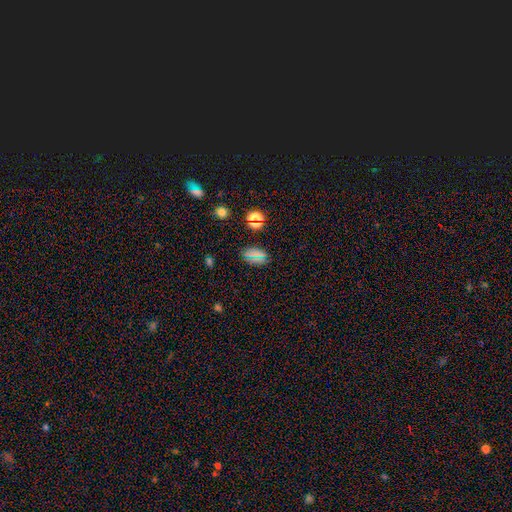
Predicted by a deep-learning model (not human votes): smooth 65%, star or artifact 28%, featured or disk 7%. Down the decision tree: how rounded — in between (79%); merging — none (84%).